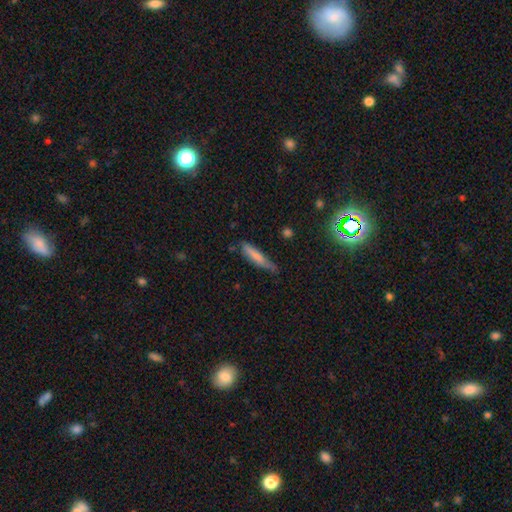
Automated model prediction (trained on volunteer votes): Smooth or featured?
  - smooth: 71% *
  - featured or disk: 22%
  - star or artifact: 7%
How rounded?
  - cigar-shaped: 85% *
  - in between: 13%
  - round: 1%
Merging?
  - none: 62% *
  - minor disturbance: 30%
  - major disturbance: 6%
  - merger: 3%